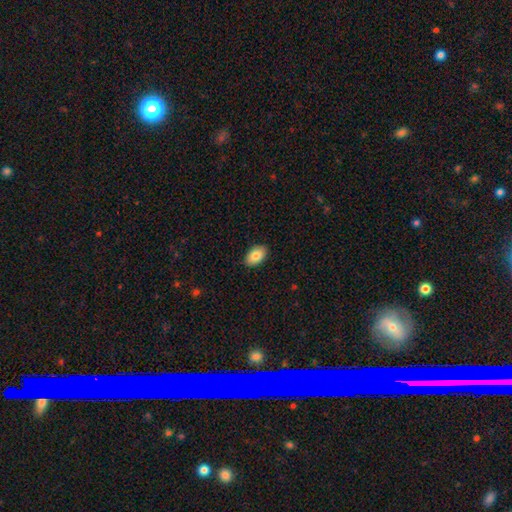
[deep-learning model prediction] Morphology: type=smooth (83%); roundness=in between (93%); merging=none (89%).